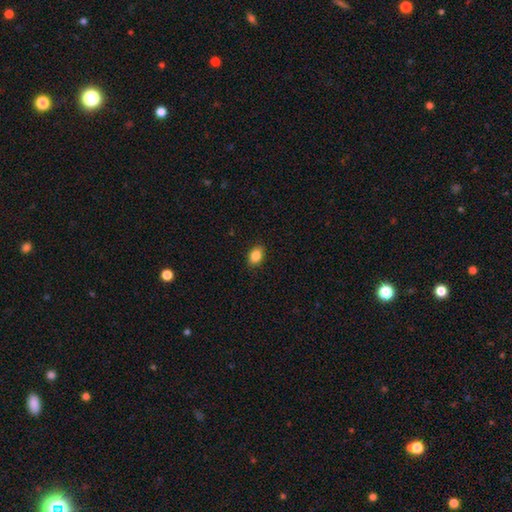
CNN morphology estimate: type=smooth (87%); roundness=in between (79%); merging=none (89%).